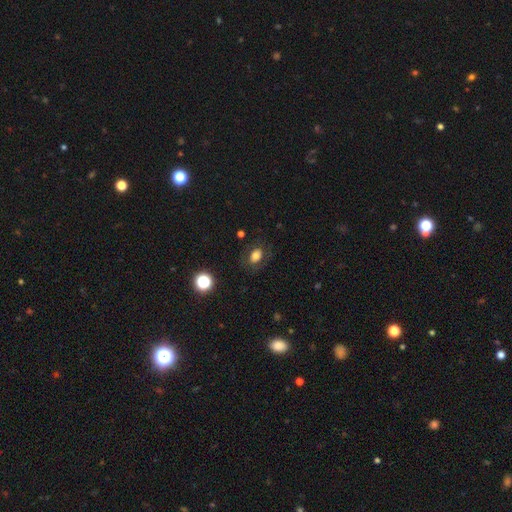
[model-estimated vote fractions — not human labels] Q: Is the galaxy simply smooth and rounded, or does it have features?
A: smooth — 68%.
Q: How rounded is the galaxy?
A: in between — 75%.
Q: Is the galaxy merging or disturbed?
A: none — 78%.